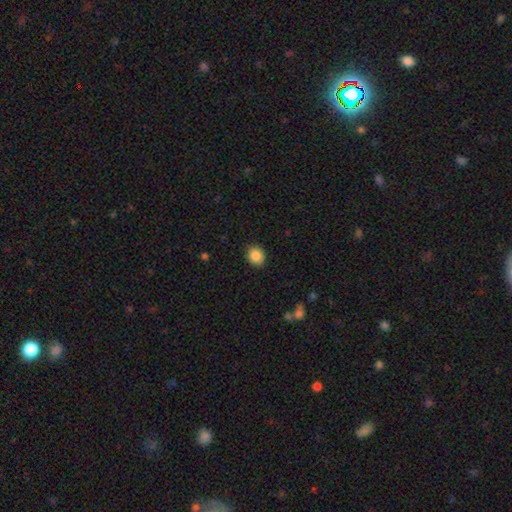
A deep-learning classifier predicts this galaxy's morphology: Smooth or featured? Predicted: smooth (p=0.87). How rounded? Predicted: round (p=0.68). Merging? Predicted: none (p=0.89).